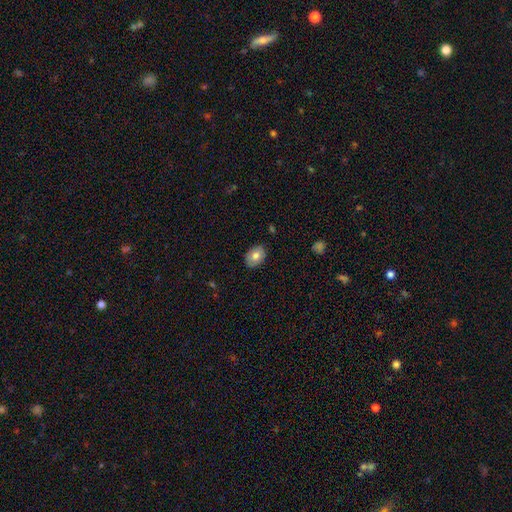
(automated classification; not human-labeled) This appears to be a smooth galaxy with no disk features (76%) that is in between round and cigar-shaped (79%). Merging: none (85%).